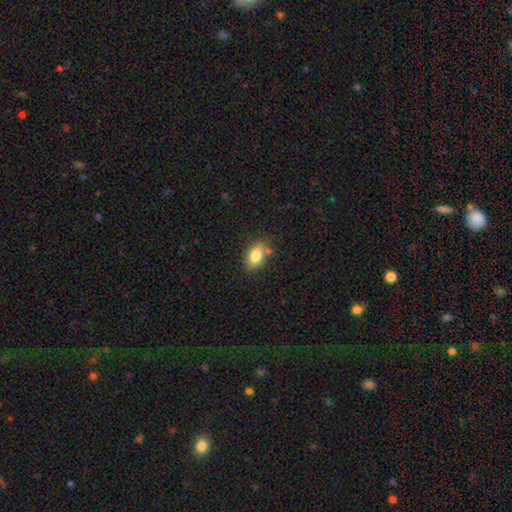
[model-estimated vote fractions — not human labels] Smooth or featured: smooth — 82% (featured or disk — 10%)
How rounded: in between — 85% (round — 13%)
Merging: none — 71% (minor disturbance — 18%)